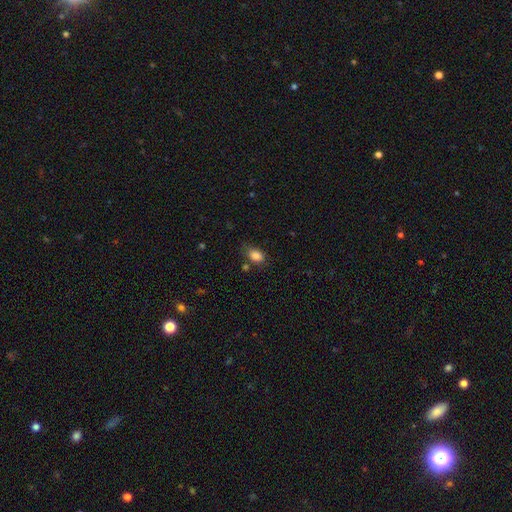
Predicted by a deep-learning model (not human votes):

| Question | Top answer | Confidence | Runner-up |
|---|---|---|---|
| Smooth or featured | smooth | 85% | star or artifact (10%) |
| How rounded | in between | 79% | round (19%) |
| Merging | none | 67% | minor disturbance (22%) |